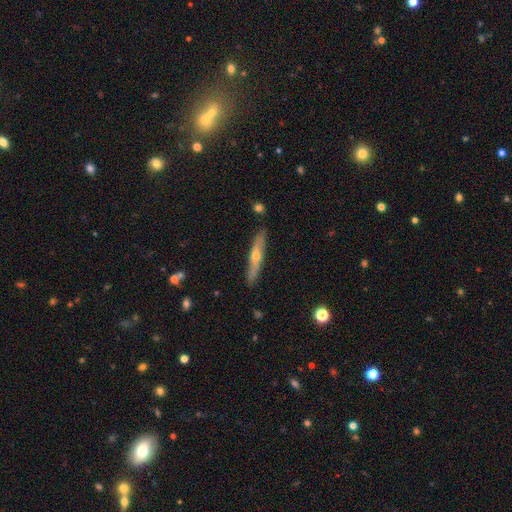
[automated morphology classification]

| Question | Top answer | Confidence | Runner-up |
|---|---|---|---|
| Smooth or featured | featured or disk | 59% | smooth (35%) |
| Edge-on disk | yes | 89% | no (11%) |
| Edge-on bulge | rounded | 84% | none (14%) |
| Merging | none | 87% | minor disturbance (10%) |